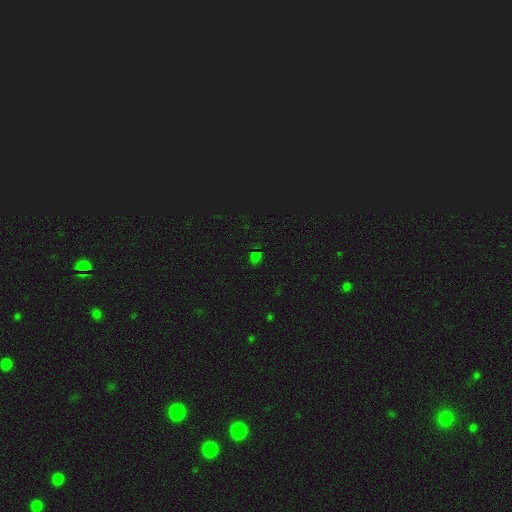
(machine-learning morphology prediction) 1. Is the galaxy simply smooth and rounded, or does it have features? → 53% smooth, 42% star or artifact, 5% featured or disk.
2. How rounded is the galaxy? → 54% in between, 44% round, 2% cigar-shaped.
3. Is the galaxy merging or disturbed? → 77% none, 15% minor disturbance, 5% major disturbance, 3% merger.